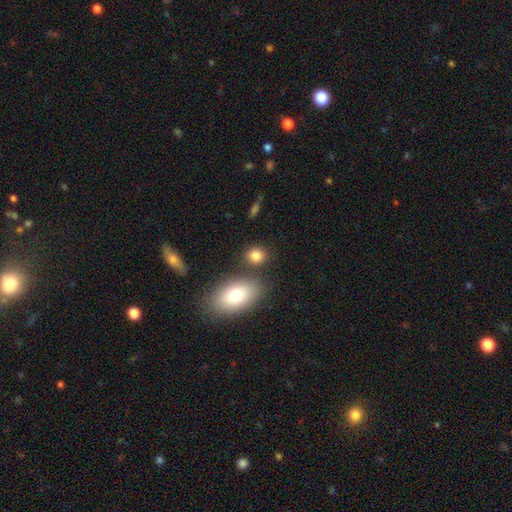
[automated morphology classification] The model was most divided on "how rounded": round: 66%, in between: 32%, cigar-shaped: 2%. More confident: smooth or featured — smooth (82%); merging — none (74%).